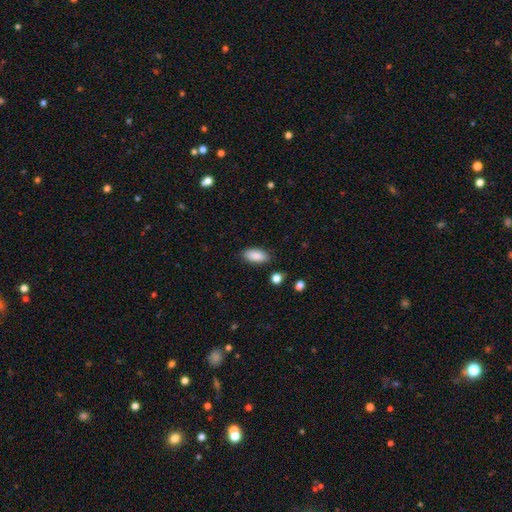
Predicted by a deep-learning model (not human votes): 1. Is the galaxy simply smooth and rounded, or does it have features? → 88% smooth, 7% star or artifact, 5% featured or disk.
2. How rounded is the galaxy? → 90% in between, 8% cigar-shaped, 2% round.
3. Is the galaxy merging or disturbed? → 86% none, 10% minor disturbance, 2% major disturbance, 2% merger.